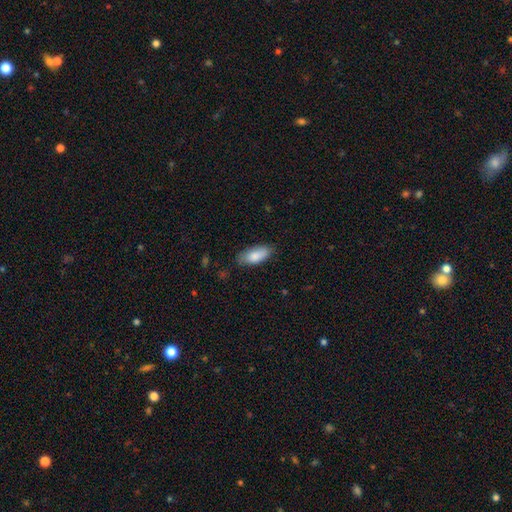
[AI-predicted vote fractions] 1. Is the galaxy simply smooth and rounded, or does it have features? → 85% smooth, 9% featured or disk, 6% star or artifact.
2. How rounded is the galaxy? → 86% in between, 13% cigar-shaped, 2% round.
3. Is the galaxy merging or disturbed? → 78% none, 17% minor disturbance, 3% major disturbance, 1% merger.